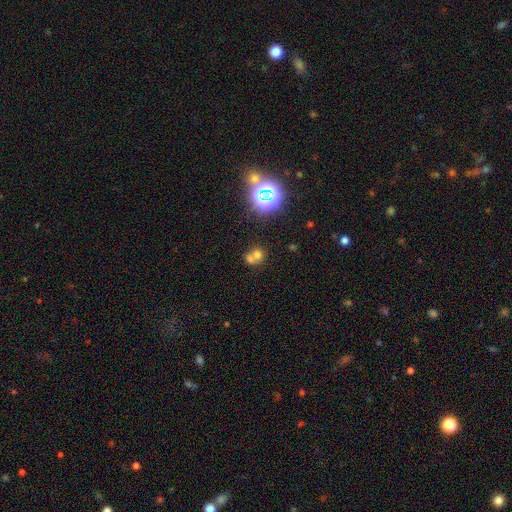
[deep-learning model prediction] The model was most divided on "merging": merger: 55%, none: 36%, minor disturbance: 6%, major disturbance: 3%. More confident: how rounded — round (78%); smooth or featured — smooth (62%).